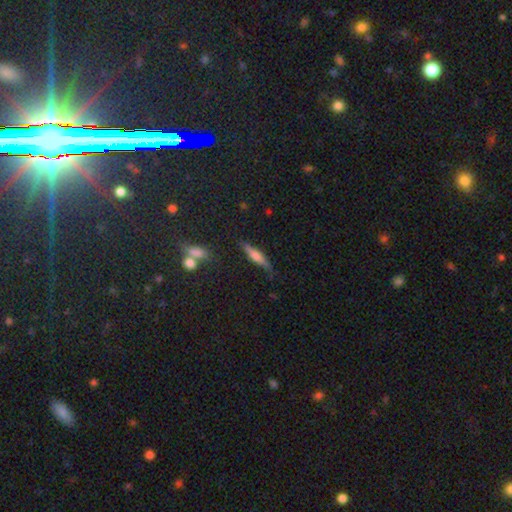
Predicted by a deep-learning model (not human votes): This is possibly a smooth galaxy (48%). Merging: likely none (76%).